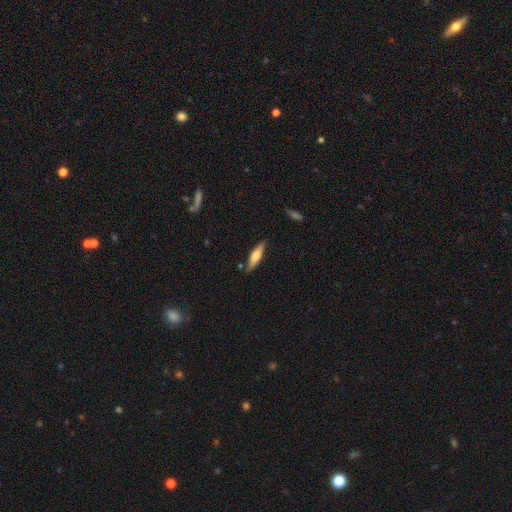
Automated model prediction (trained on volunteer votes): This appears to be a smooth galaxy with no disk features (54%) that is cigar-shaped (71%). Merging: none (83%).